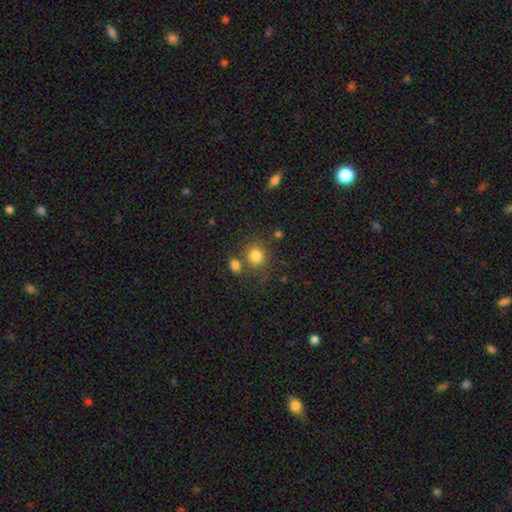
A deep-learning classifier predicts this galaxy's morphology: Q: Smooth or featured?
A: smooth (82%); runner-up: star or artifact (11%)
Q: How rounded?
A: round (78%); runner-up: in between (21%)
Q: Merging?
A: none (66%); runner-up: merger (18%)